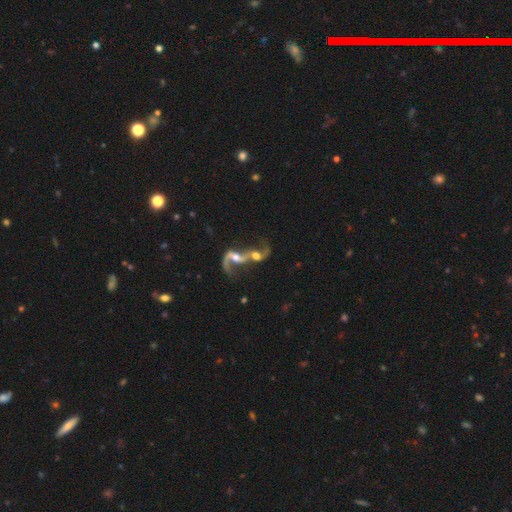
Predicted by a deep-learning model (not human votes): smooth-or-featured: featured or disk: 73% | smooth: 18% | star or artifact: 9%
  disk-edge-on: no: 95% | yes: 5%
    bar: no: 54% | weak: 32% | strong: 14%
    has-spiral-arms: yes: 79% | no: 21%
      spiral-winding: loose: 82% | medium: 15% | tight: 4%
      spiral-arm-count: 2: 66% | 1: 24% | can't tell: 6% | 3: 2% | 4: 1% | more than 4: 1%
    bulge-size: moderate: 51% | small: 21% | large: 15% | none: 10% | dominant: 3%
  merging: merger: 79% | none: 9% | major disturbance: 8% | minor disturbance: 4%